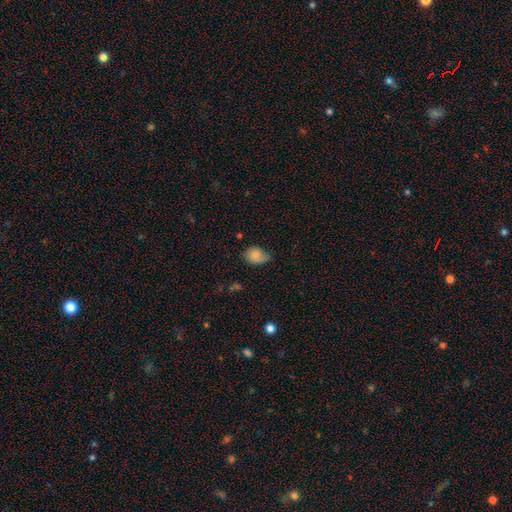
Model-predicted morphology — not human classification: The model was most divided on "merging": none: 55%, minor disturbance: 35%, major disturbance: 8%, merger: 2%. More confident: smooth or featured — smooth (80%); how rounded — in between (71%).